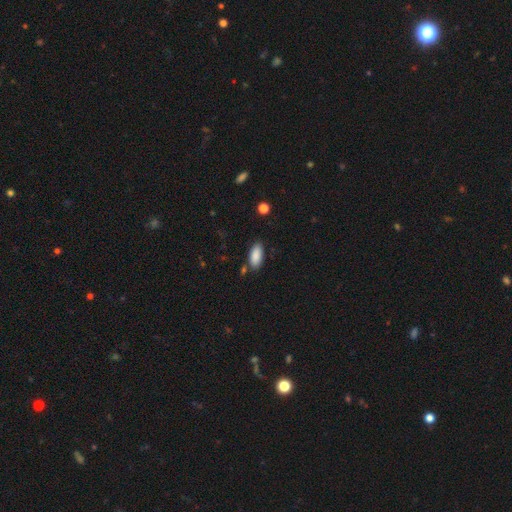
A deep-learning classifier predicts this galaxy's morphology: Smooth or featured? Predicted: smooth (p=0.89). How rounded? Predicted: in between (p=0.90). Merging? Predicted: none (p=0.79).